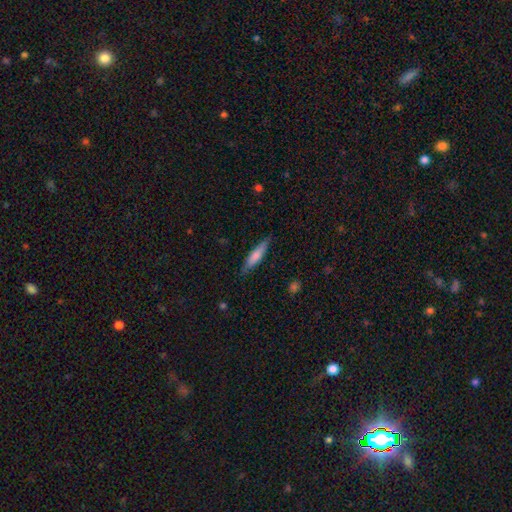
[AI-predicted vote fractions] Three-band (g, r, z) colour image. It shows a smooth galaxy with no disk features (70%) that is cigar-shaped (82%). Merging: none (84%).